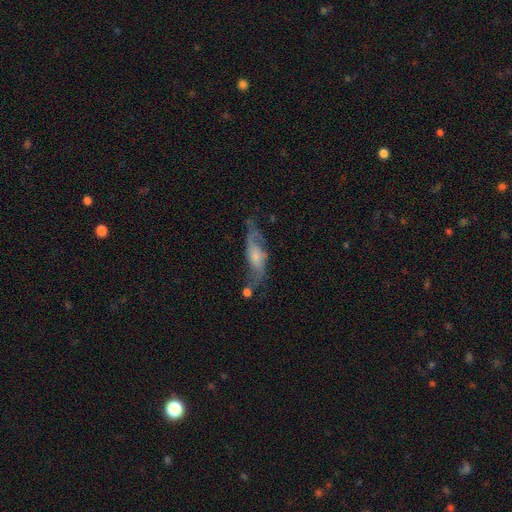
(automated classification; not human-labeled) smooth-or-featured: featured or disk: 65% | smooth: 28% | star or artifact: 8%
  disk-edge-on: no: 79% | yes: 21%
    bar: no: 65% | weak: 28% | strong: 7%
    has-spiral-arms: yes: 81% | no: 19%
    bulge-size: small: 54% | moderate: 30% | none: 10% | large: 5% | dominant: 2%
  merging: none: 49% | minor disturbance: 25% | major disturbance: 18% | merger: 8%